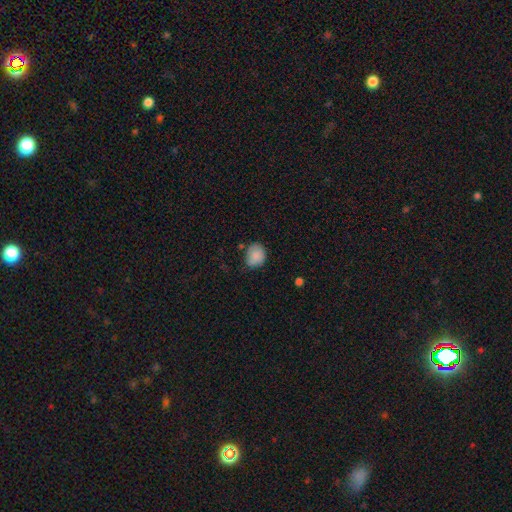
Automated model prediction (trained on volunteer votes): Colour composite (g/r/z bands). It shows a smooth galaxy with no disk features (86%) that is round (59%). Merging: none (67%).